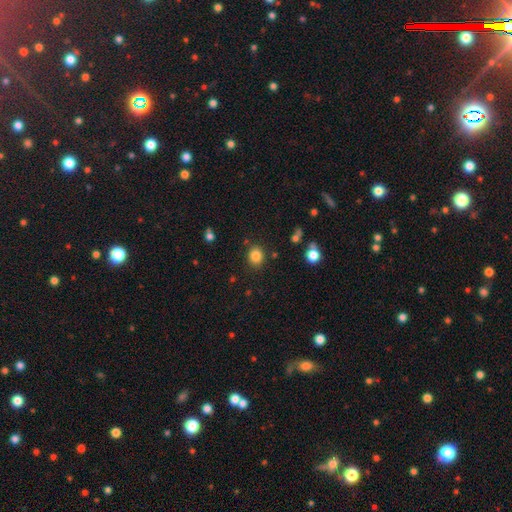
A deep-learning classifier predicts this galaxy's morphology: Smooth or featured? Predicted: smooth (p=0.83). How rounded? Predicted: round (p=0.73). Merging? Predicted: none (p=0.85).